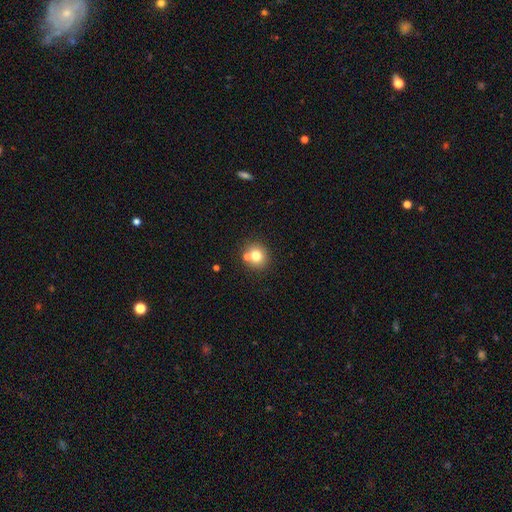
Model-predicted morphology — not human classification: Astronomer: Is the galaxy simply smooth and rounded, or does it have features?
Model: smooth — 75%.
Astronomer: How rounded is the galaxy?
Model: round — 86%.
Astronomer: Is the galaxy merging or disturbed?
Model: none — 68%.